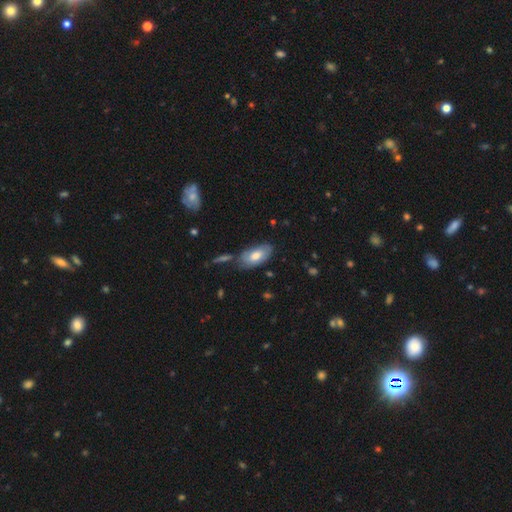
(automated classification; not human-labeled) Smooth or featured? smooth (69%)
How rounded? in between (92%)
Merging? none (67%)